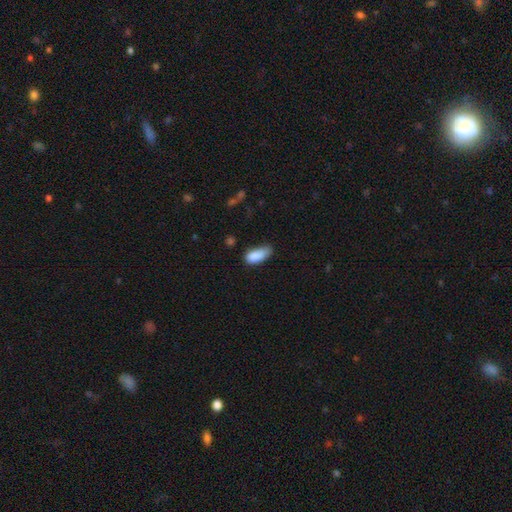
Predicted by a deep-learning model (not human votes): Overall: smooth (87%). How rounded: in between (87%). Merging: none (48%; minor disturbance 40%).